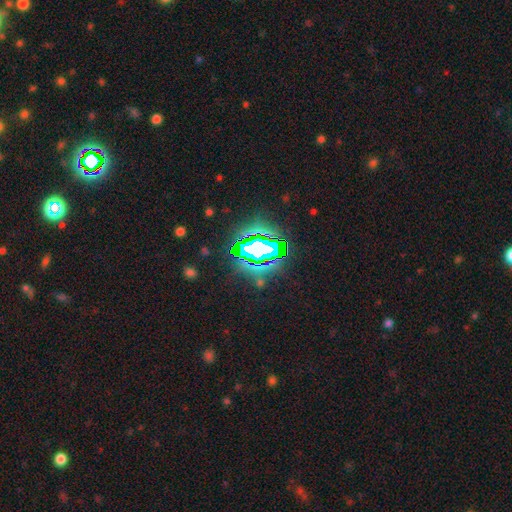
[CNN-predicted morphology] This appears to be a star or artifact, not a galaxy (76%).